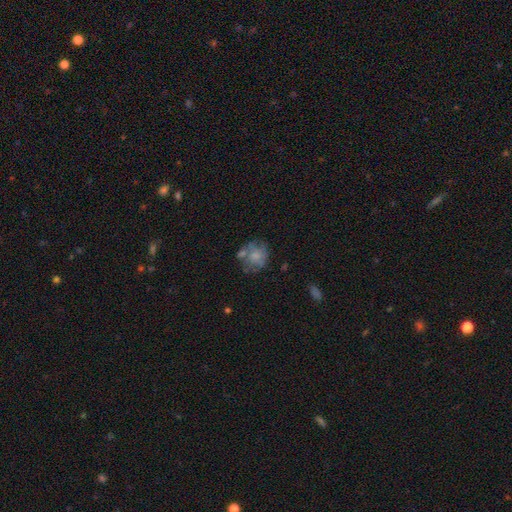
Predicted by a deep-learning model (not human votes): smooth-or-featured: smooth: 49% | featured or disk: 42% | star or artifact: 9%
  merging: none: 48% | minor disturbance: 22% | merger: 15% | major disturbance: 15%